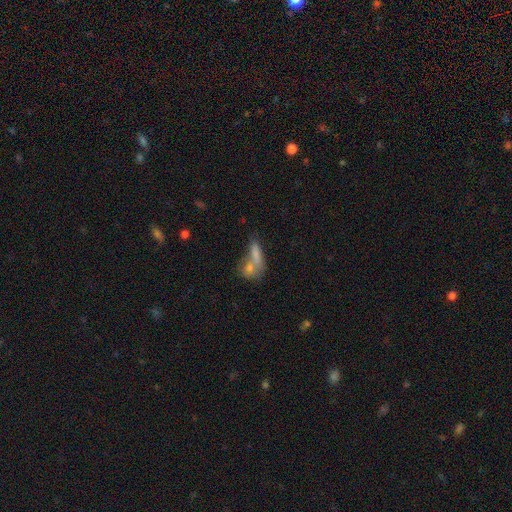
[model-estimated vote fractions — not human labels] Smooth or featured? Predicted: smooth (p=0.74). How rounded? Predicted: in between (p=0.50). Merging? Predicted: merger (p=0.50).